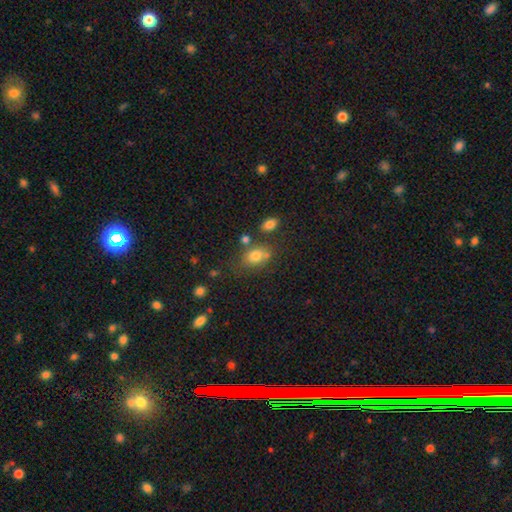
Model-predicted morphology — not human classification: type=smooth (78%); roundness=in between (70%); merging=none (61%).